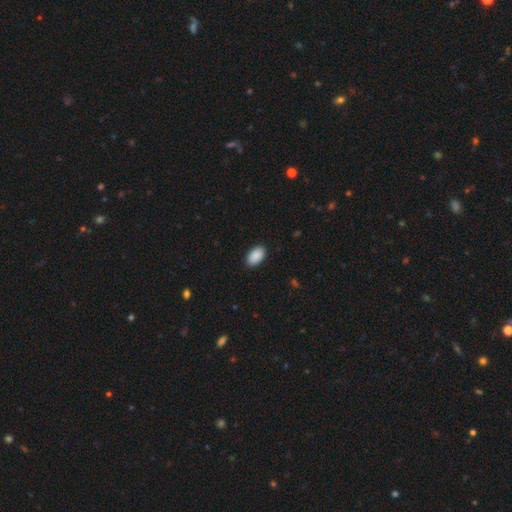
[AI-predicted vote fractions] Morphology: type=smooth (91%); roundness=in between (95%); merging=none (90%).